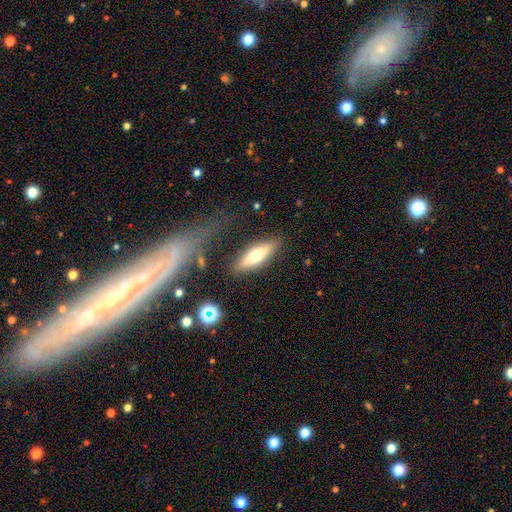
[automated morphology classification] A smooth galaxy with no disk features (57%) that is cigar-shaped (55%). Merging: none (83%).